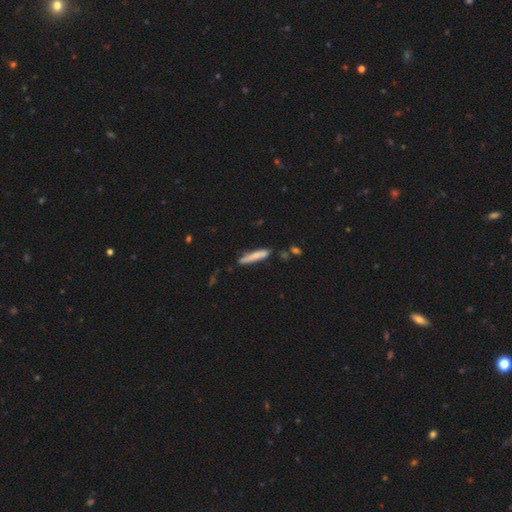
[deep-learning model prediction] This appears to be a smooth galaxy with no disk features (75%) that is cigar-shaped (91%). Merging: none (77%).